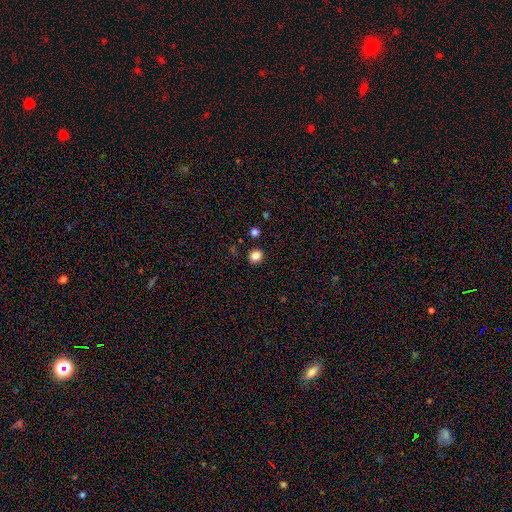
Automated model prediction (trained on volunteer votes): This appears to be a smooth galaxy with no disk features (84%) that is round (85%). Merging: none (91%).